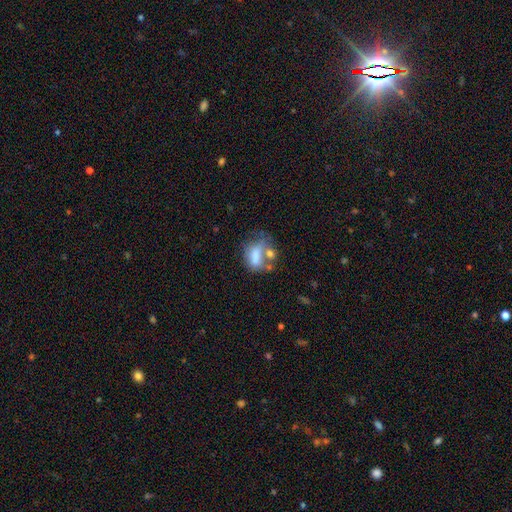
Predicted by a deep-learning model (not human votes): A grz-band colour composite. It shows a smooth galaxy with no disk features (66%) that is in between round and cigar-shaped (76%). Merging: merger (34%).